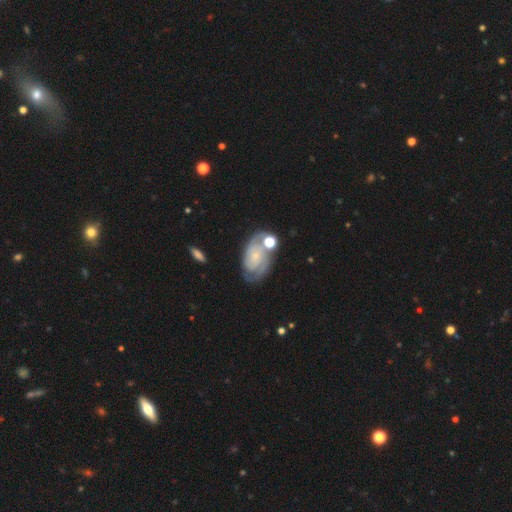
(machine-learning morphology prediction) A featured or disk galaxy (78%) with no bar (73%), 2 (57%) tight (62%) spiral arms (94%) and a small central bulge (69%).

Vote fractions:
- Smooth or featured? featured or disk: 78% / smooth: 15% / star or artifact: 6%
- Edge-on disk? no: 96% / yes: 4%
- Bar? no: 73% / weak: 23% / strong: 5%
- Spiral arms? yes: 94% / no: 6%
- Spiral winding? tight: 62% / medium: 30% / loose: 8%
- Spiral arm count? 2: 57% / can't tell: 21% / 3: 11% / 1: 5% / 4: 3% / more than 4: 3%
- Bulge size? small: 69% / moderate: 16% / none: 12% / large: 2% / dominant: 1%
- Merging? none: 59% / minor disturbance: 19% / merger: 13% / major disturbance: 9%